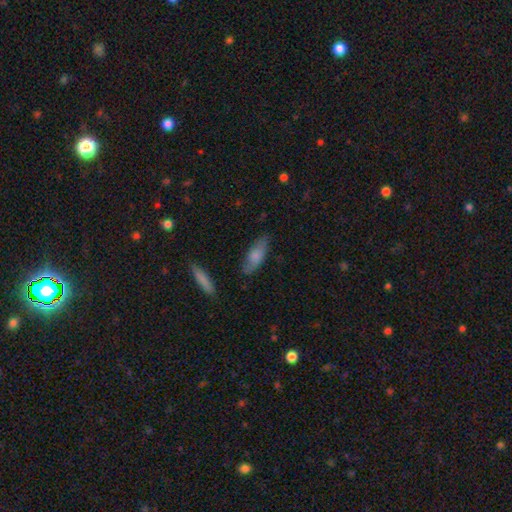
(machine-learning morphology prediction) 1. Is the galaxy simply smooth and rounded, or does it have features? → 72% smooth, 21% featured or disk, 6% star or artifact.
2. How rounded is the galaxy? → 63% in between, 35% cigar-shaped, 2% round.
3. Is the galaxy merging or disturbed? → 76% none, 18% minor disturbance, 4% major disturbance, 2% merger.